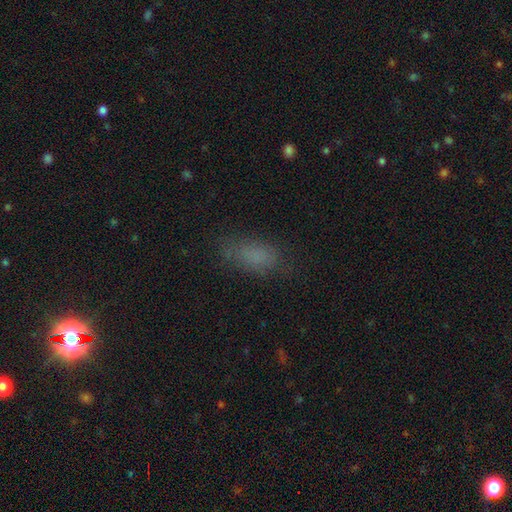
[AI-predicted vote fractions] A smooth galaxy with no disk features (76%) that is in between round and cigar-shaped (84%). Merging: none (68%).